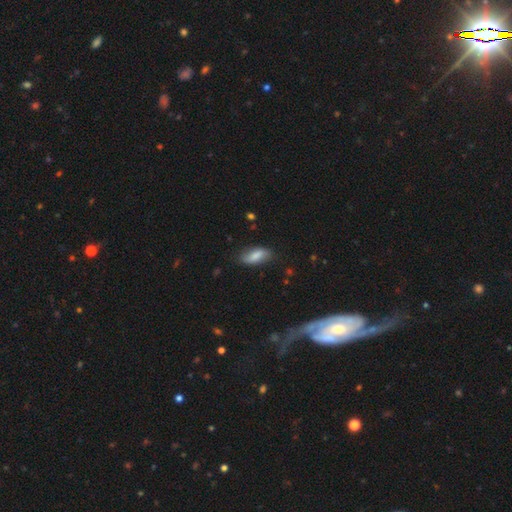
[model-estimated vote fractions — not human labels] The model was most divided on "smooth or featured": smooth: 72%, featured or disk: 21%, star or artifact: 7%. More confident: how rounded — in between (84%); merging — none (73%).